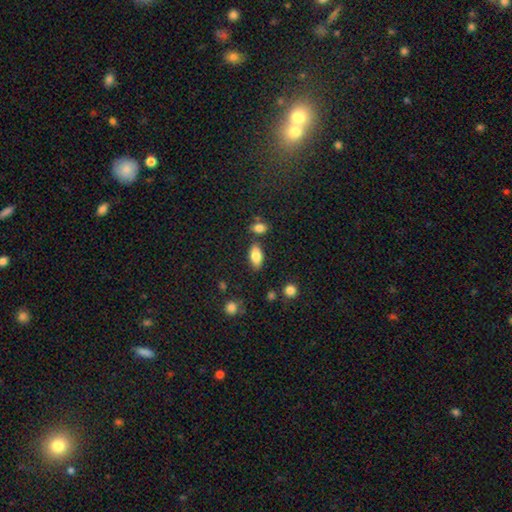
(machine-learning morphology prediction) This is clearly a smooth galaxy (83%). How rounded: clearly in between (90%). Merging: likely none (78%).